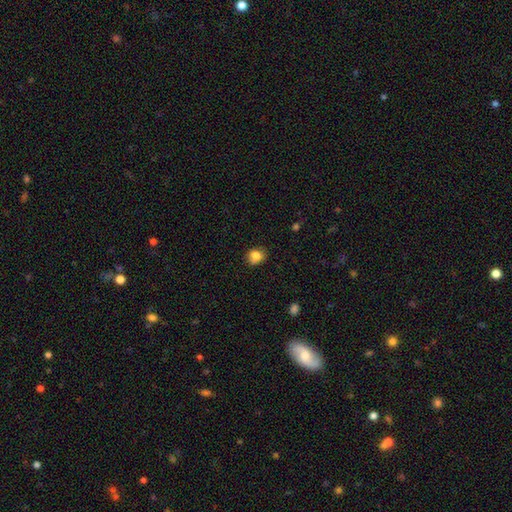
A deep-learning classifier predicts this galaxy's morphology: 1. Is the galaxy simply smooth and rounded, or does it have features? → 82% smooth, 11% star or artifact, 8% featured or disk.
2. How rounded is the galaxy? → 65% round, 34% in between, 1% cigar-shaped.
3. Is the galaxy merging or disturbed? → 65% none, 23% minor disturbance, 7% merger, 5% major disturbance.